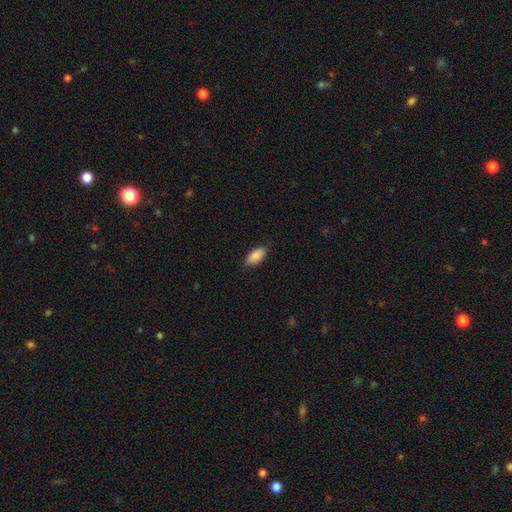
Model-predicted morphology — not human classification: Overall: smooth (88%). How rounded: in between (91%). Merging: none (81%).